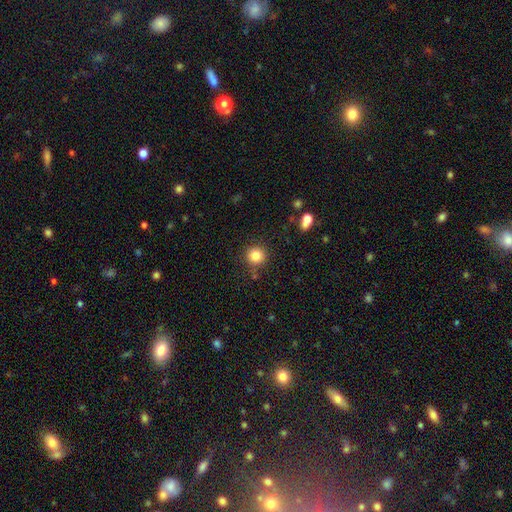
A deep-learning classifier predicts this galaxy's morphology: smooth 84%, star or artifact 11%, featured or disk 6%. Down the decision tree: how rounded — round (92%); merging — none (87%).